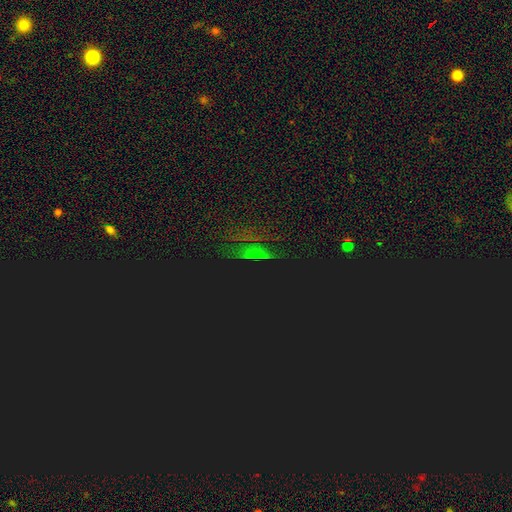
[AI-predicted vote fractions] smooth_or_featured: star or artifact (p=0.78) [alt: smooth p=0.14]